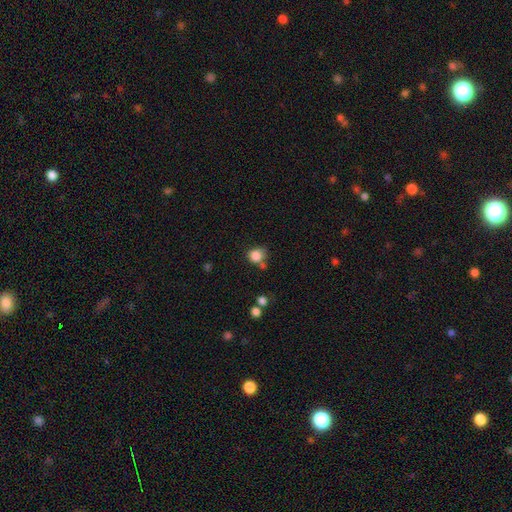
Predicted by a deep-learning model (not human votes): A smooth galaxy with no disk features (83%) that is round (76%). Merging: none (59%).